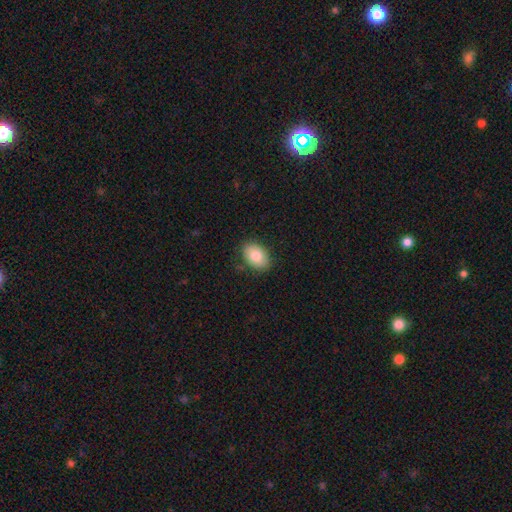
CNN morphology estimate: Q: Smooth or featured?
A: smooth (81%); runner-up: featured or disk (12%)
Q: How rounded?
A: in between (83%); runner-up: round (16%)
Q: Merging?
A: none (84%); runner-up: minor disturbance (12%)